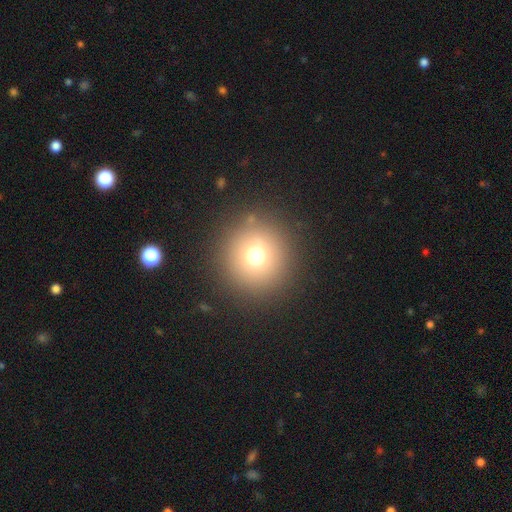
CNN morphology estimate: Smooth or featured? smooth (69%)
How rounded? round (95%)
Merging? none (87%)